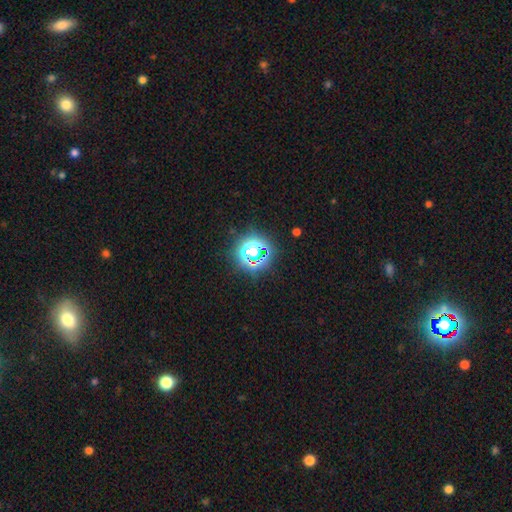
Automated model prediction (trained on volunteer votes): This is likely a star or artifact rather than a galaxy (65%).